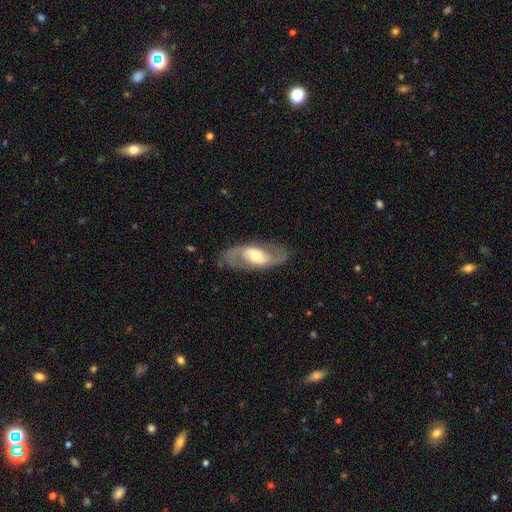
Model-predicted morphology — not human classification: Smooth or featured? Predicted: featured or disk (p=0.81). Edge-on disk? Predicted: no (p=0.94). Bar? Predicted: no (p=0.40). Spiral arms? Predicted: yes (p=0.86). Spiral winding? Predicted: medium (p=0.48). Spiral arm count? Predicted: 2 (p=0.89). Bulge size? Predicted: moderate (p=0.63). Merging? Predicted: none (p=0.80).